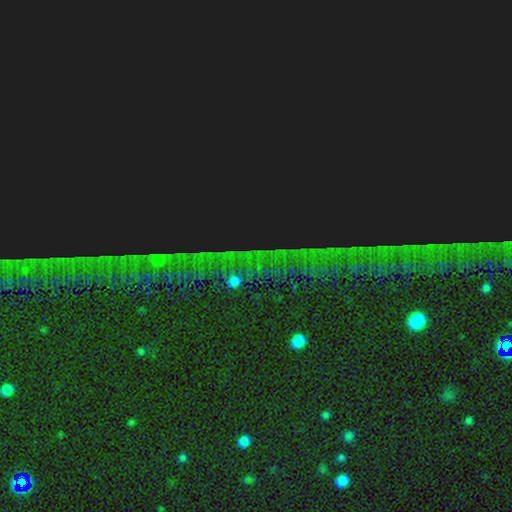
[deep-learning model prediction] smooth_or_featured: star or artifact (p=0.88) [alt: featured or disk p=0.06]